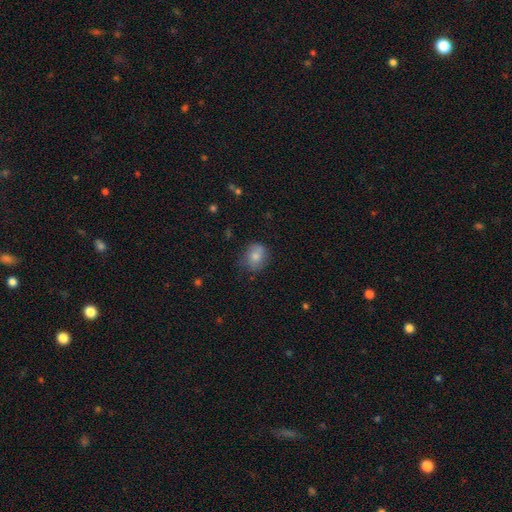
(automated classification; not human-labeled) This is likely a smooth galaxy (77%). How rounded: possibly round (58%). Merging: likely none (65%).